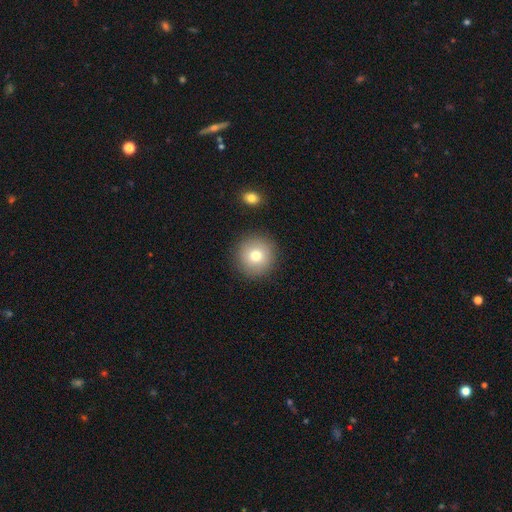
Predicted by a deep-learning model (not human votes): Morphology: type=smooth (76%); roundness=round (95%); merging=none (89%).